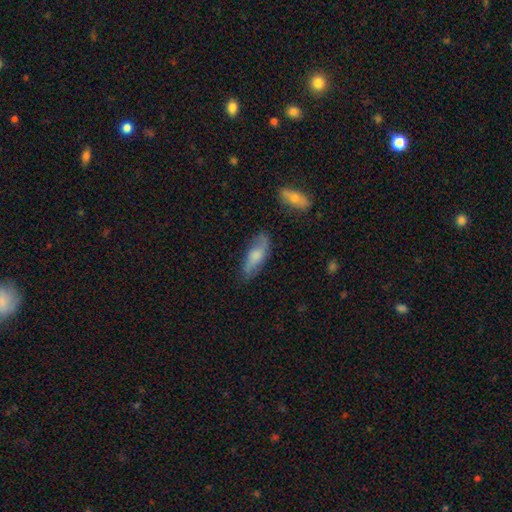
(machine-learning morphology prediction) The model was most divided on "how rounded": in between: 61%, cigar-shaped: 37%, round: 3%. More confident: merging — none (70%); smooth or featured — smooth (62%).